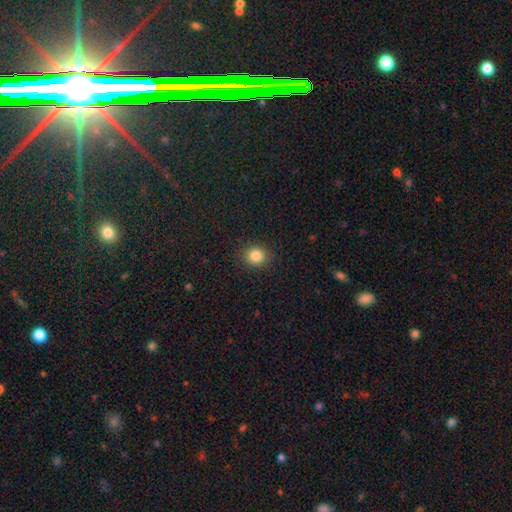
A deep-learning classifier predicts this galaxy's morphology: Smooth or featured?
  - smooth: 84% *
  - star or artifact: 11%
  - featured or disk: 5%
How rounded?
  - round: 80% *
  - in between: 19%
  - cigar-shaped: 1%
Merging?
  - none: 90% *
  - minor disturbance: 7%
  - major disturbance: 2%
  - merger: 1%